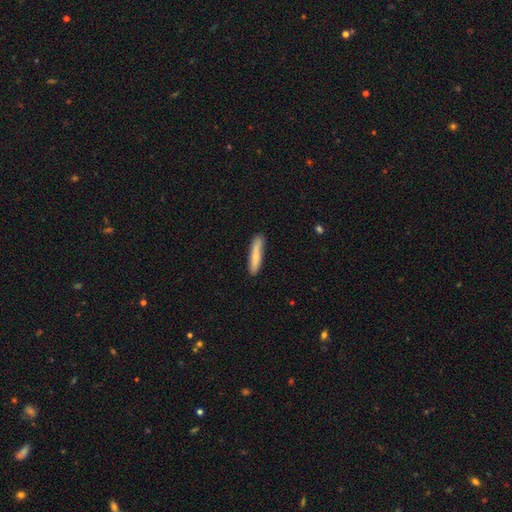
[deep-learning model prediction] A smooth galaxy with no disk features (66%) that is cigar-shaped (86%). Merging: none (83%).